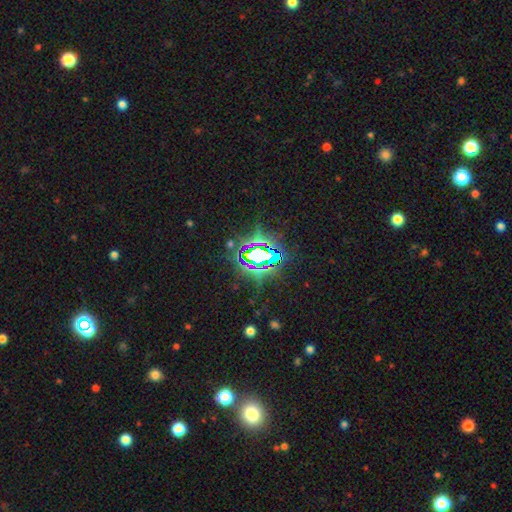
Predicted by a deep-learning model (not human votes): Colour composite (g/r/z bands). It shows a star or artifact, not a galaxy (77%).